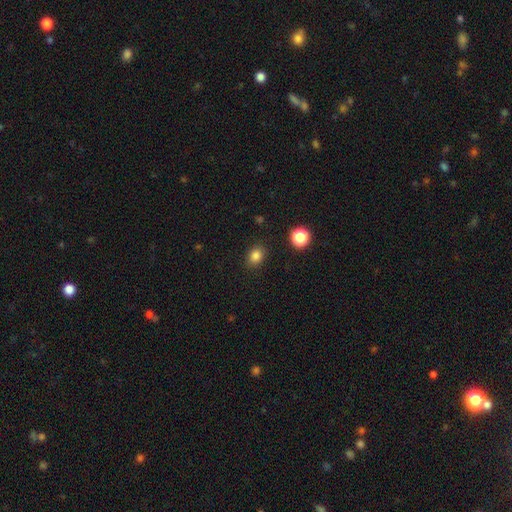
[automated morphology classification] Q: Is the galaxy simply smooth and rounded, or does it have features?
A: smooth — 83%.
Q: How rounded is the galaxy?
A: in between — 49%, tied with round.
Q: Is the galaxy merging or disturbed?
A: none — 87%.